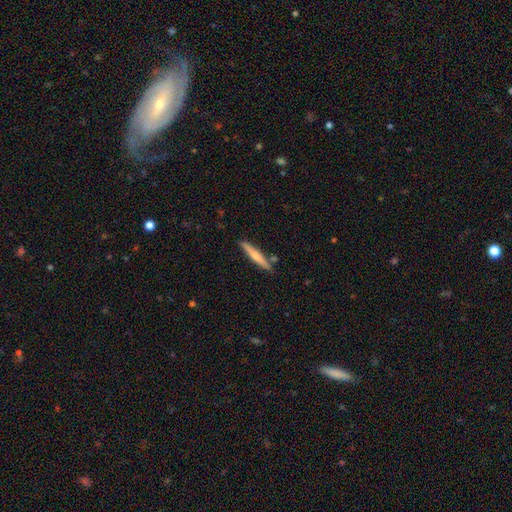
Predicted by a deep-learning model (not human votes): The model was most divided on "smooth or featured": smooth: 59%, featured or disk: 36%, star or artifact: 5%. More confident: how rounded — cigar-shaped (93%); merging — none (83%).